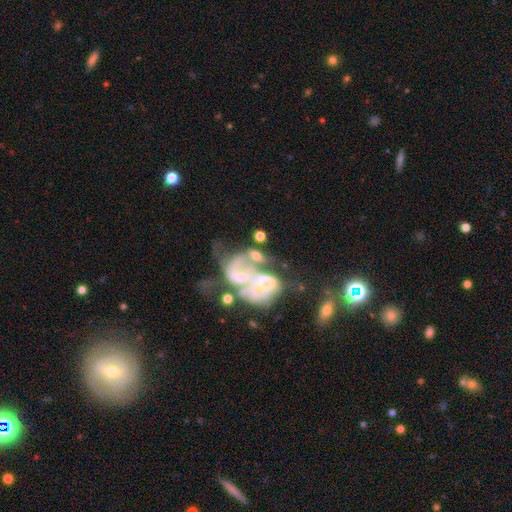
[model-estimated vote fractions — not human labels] featured or disk 65%, smooth 21%, star or artifact 14%. Down the decision tree: edge-on disk — no (98%); bar — no (80%); spiral arms — no (63%); bulge size — none (37%); merging — merger (56%).